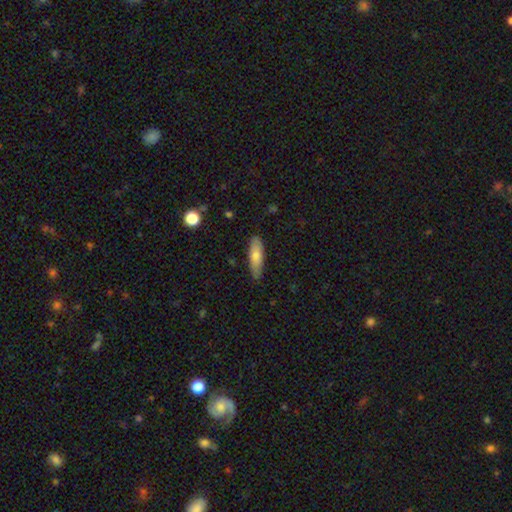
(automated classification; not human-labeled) Overall: smooth (70%). How rounded: cigar-shaped (51%; in between 46%). Merging: none (82%).